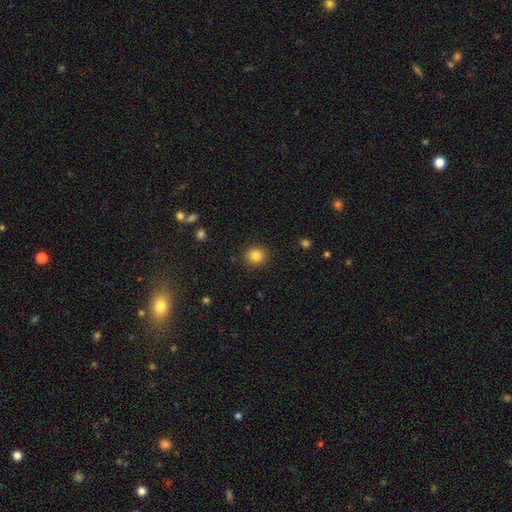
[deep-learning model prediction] Smooth or featured? Predicted: smooth (p=0.84). How rounded? Predicted: round (p=0.87). Merging? Predicted: none (p=0.90).